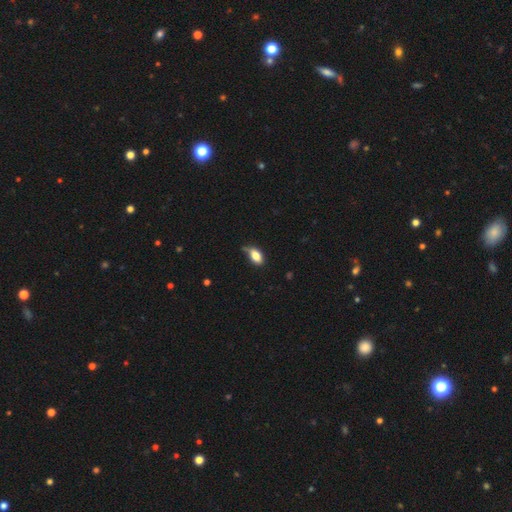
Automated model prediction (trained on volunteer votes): smooth 82%, featured or disk 11%, star or artifact 8%. Down the decision tree: how rounded — in between (89%); merging — none (49%).